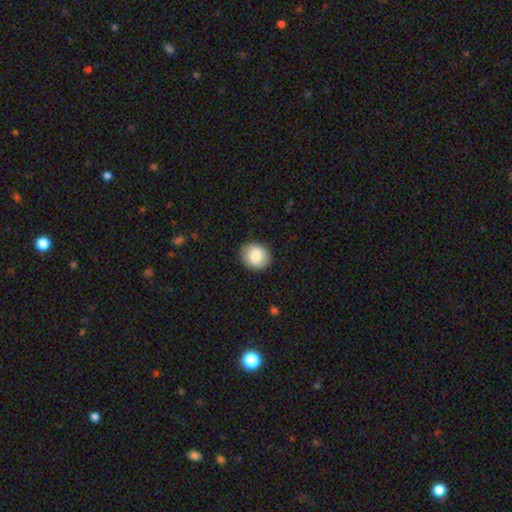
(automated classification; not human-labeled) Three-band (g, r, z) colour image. It shows a smooth galaxy with no disk features (84%) that is round (61%). Merging: none (87%).